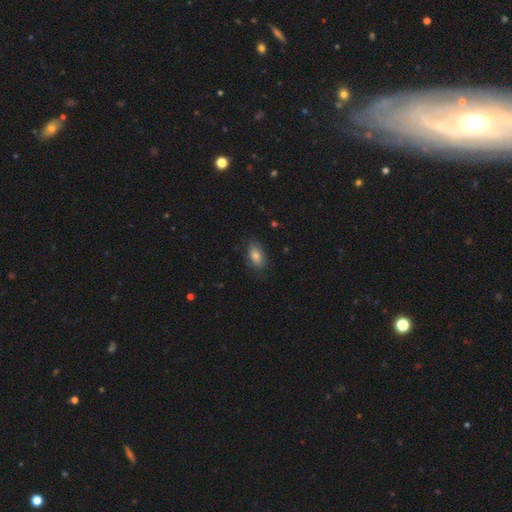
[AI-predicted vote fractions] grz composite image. It shows a smooth galaxy with no disk features (77%) that is in between round and cigar-shaped (89%). Merging: none (80%).